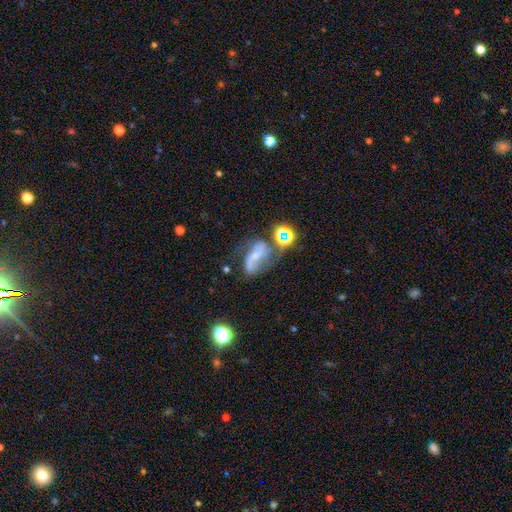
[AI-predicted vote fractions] A featured or disk galaxy (68%) with no bar (41%), 2 (85%) loose (55%) spiral arms (89%) and a small central bulge (53%).

Vote fractions:
- Smooth or featured? featured or disk: 68% / smooth: 18% / star or artifact: 14%
- Edge-on disk? no: 96% / yes: 4%
- Bar? no: 41% / weak: 36% / strong: 22%
- Spiral arms? yes: 89% / no: 11%
- Spiral winding? loose: 55% / medium: 34% / tight: 10%
- Spiral arm count? 2: 85% / can't tell: 6% / 1: 5% / 3: 1% / 4: 1% / more than 4: 1%
- Bulge size? small: 53% / moderate: 25% / none: 17% / large: 3% / dominant: 2%
- Merging? none: 45% / minor disturbance: 22% / major disturbance: 19% / merger: 14%